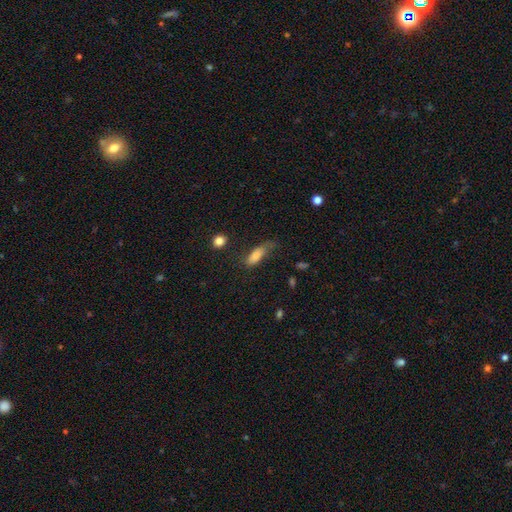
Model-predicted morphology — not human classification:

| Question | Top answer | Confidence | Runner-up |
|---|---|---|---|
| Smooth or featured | smooth | 80% | featured or disk (12%) |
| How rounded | in between | 65% | cigar-shaped (32%) |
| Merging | none | 44% | minor disturbance (32%) |